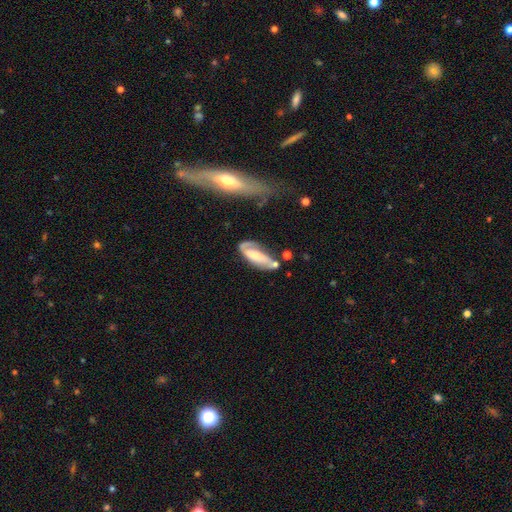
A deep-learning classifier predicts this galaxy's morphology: A featured or disk galaxy (57%). Merging: none (43%).